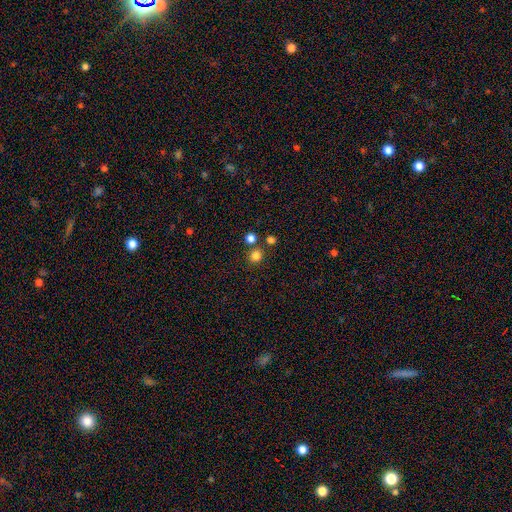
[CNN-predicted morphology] Smooth or featured: smooth — 81% (star or artifact — 15%)
How rounded: round — 90% (in between — 9%)
Merging: none — 79% (merger — 12%)